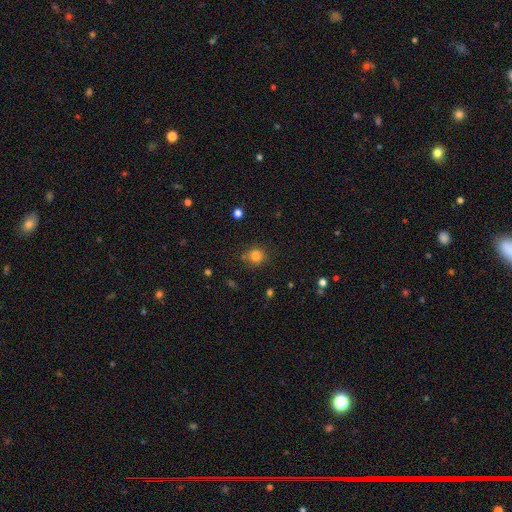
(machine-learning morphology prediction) A smooth galaxy with no disk features (82%) that is round (87%). Merging: none (80%).